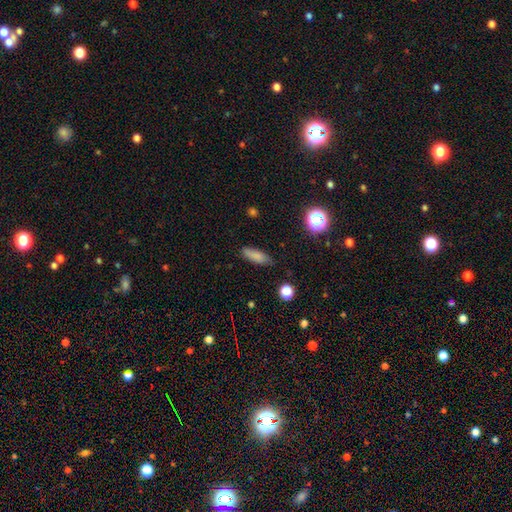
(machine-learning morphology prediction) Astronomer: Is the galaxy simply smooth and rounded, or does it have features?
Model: smooth — 82%.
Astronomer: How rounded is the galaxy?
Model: in between — 54% (runner-up: cigar-shaped, 43%).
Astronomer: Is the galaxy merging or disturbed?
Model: none — 80%.